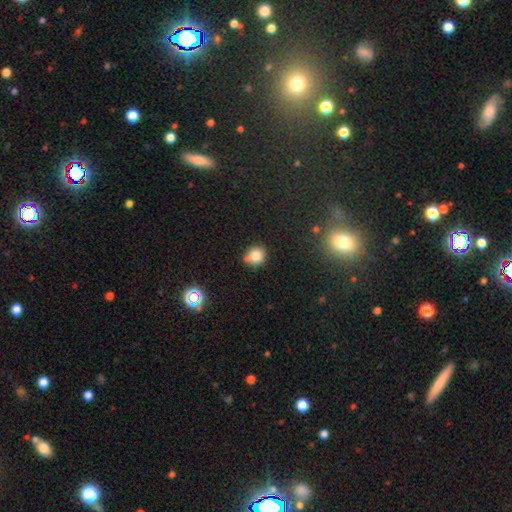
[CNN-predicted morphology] A smooth galaxy with no disk features (80%) that is round (86%). Merging: none (66%).